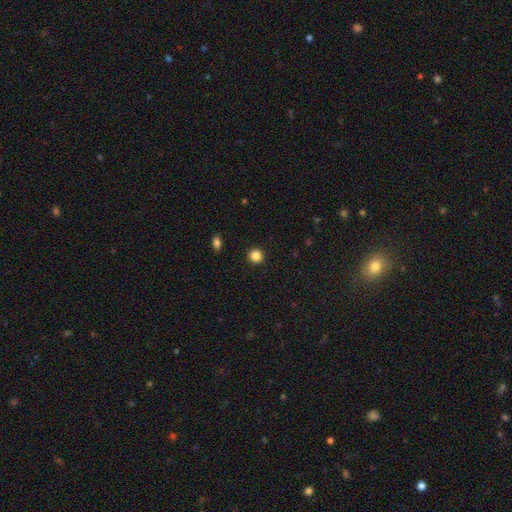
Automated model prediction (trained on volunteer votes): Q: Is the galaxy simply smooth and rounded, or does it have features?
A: smooth — 85%.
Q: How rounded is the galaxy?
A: round — 94%.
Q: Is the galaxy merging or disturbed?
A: none — 93%.